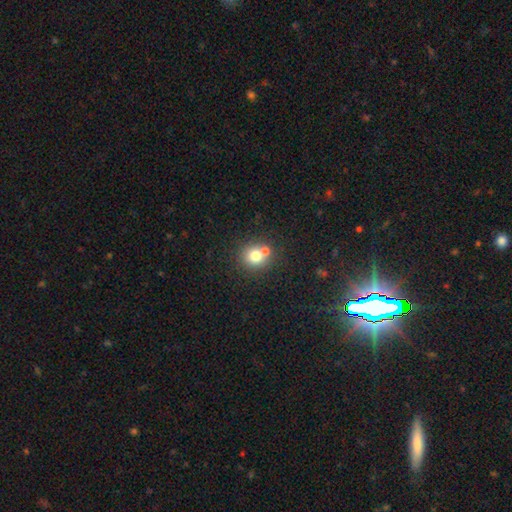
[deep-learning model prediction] Smooth or featured? smooth (75%)
How rounded? round (86%)
Merging? none (57%)